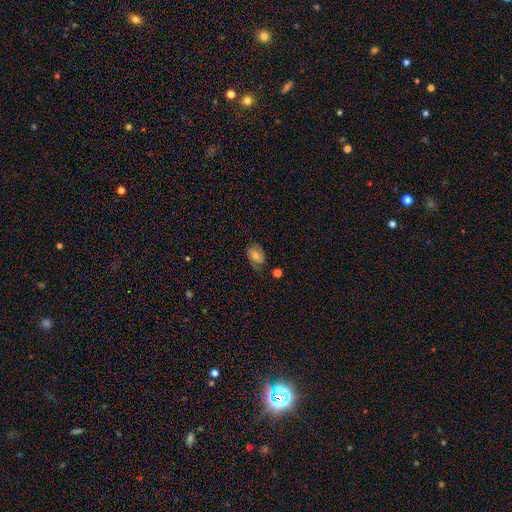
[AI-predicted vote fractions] Overall: smooth (46%; featured or disk 44%). Merging: none (63%; minor disturbance 24%).